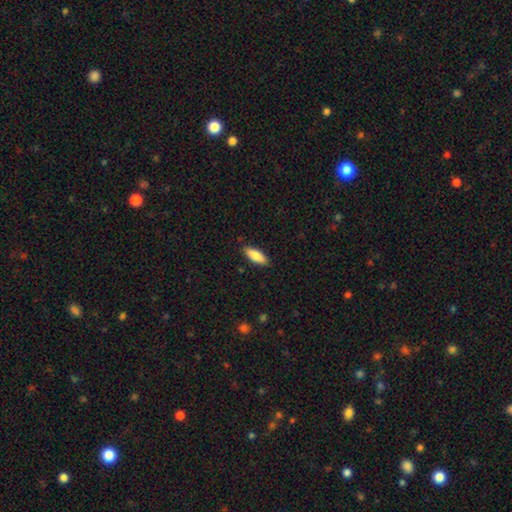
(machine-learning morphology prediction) A smooth galaxy with no disk features (83%) that is in between round and cigar-shaped (68%).

Vote fractions:
- Smooth or featured? smooth: 83% / featured or disk: 11% / star or artifact: 6%
- How rounded? in between: 68% / cigar-shaped: 30% / round: 2%
- Merging? none: 87% / minor disturbance: 10% / major disturbance: 2% / merger: 1%